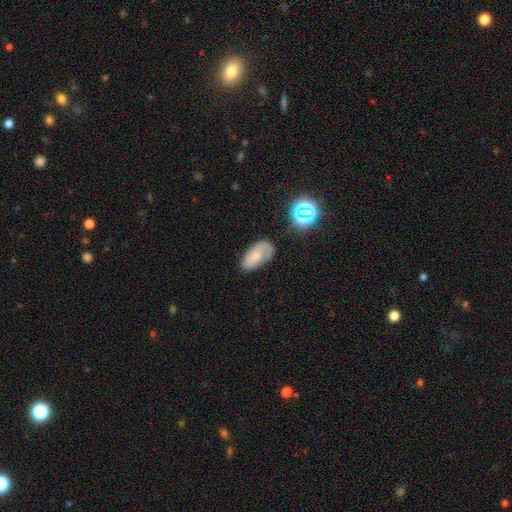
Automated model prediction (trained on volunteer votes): smooth_or_featured: smooth (p=0.56) [alt: featured or disk p=0.33]
how_rounded: in between (p=0.92) [alt: round p=0.05]
merging: none (p=0.59) [alt: minor disturbance p=0.28]